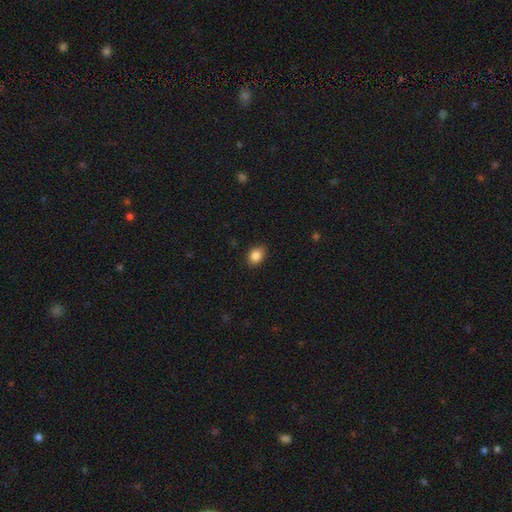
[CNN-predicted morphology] Overall: smooth (86%). How rounded: in between (64%; round 35%). Merging: none (86%).